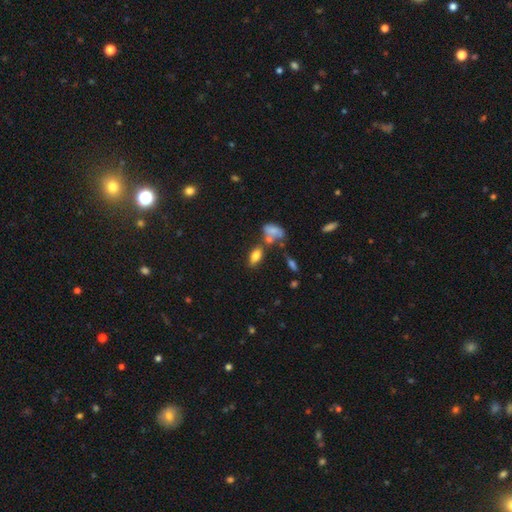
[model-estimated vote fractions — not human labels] Smooth or featured?
  - smooth: 74% *
  - featured or disk: 15%
  - star or artifact: 10%
How rounded?
  - in between: 85% *
  - cigar-shaped: 10%
  - round: 5%
Merging?
  - none: 59% *
  - merger: 21%
  - minor disturbance: 14%
  - major disturbance: 6%